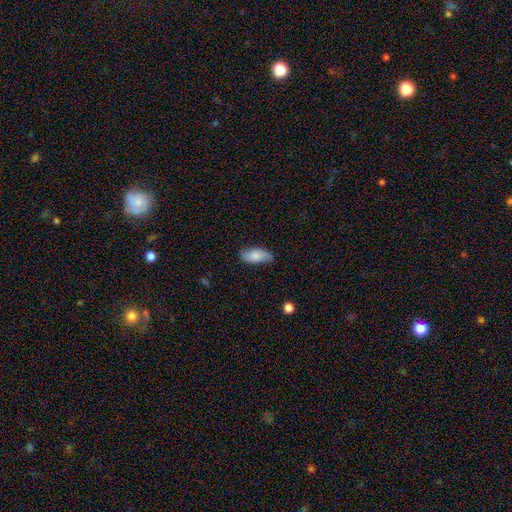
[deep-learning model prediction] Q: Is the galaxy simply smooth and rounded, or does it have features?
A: smooth — 78%.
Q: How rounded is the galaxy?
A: in between — 91%.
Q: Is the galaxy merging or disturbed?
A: none — 71%.